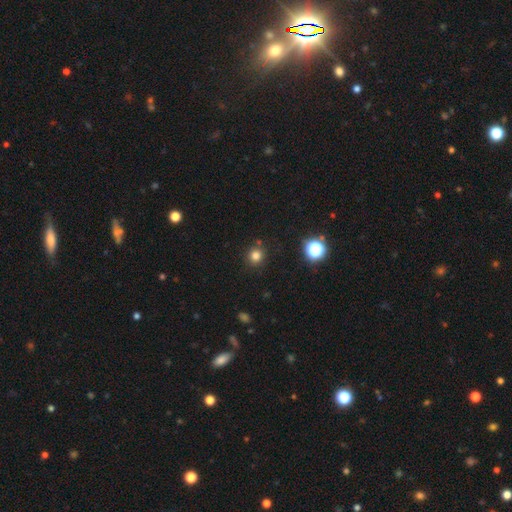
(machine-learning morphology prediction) Smooth or featured? Predicted: smooth (p=0.78). How rounded? Predicted: round (p=0.91). Merging? Predicted: none (p=0.86).